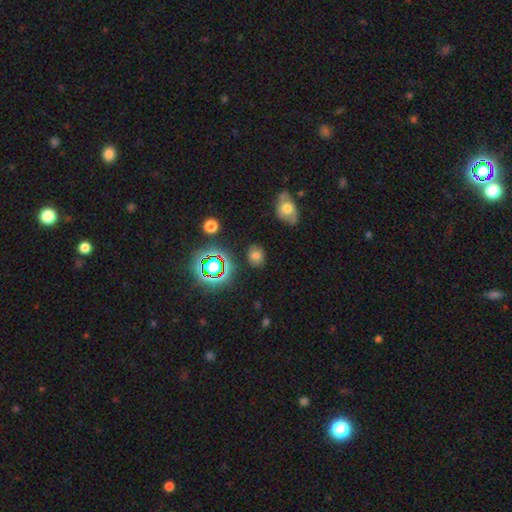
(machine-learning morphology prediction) Smooth or featured? smooth (68%)
How rounded? round (50%)
Merging? none (81%)